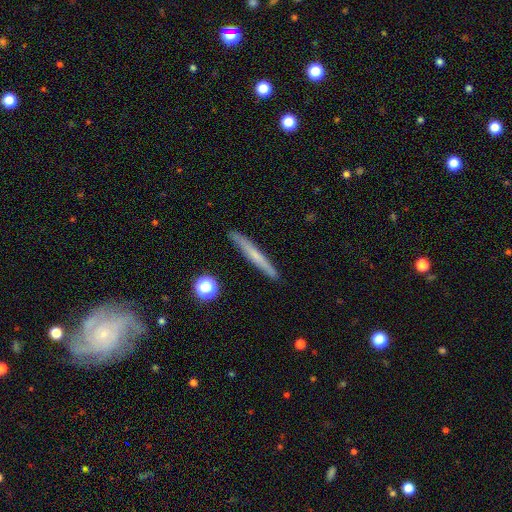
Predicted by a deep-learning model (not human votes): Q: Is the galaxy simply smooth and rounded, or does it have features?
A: smooth — 54%.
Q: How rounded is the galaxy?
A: cigar-shaped — 96%.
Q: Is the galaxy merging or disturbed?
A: none — 90%.